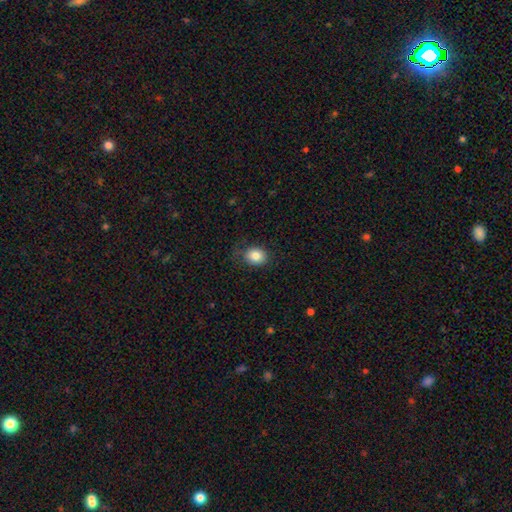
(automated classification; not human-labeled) smooth 84%, star or artifact 10%, featured or disk 7%. Down the decision tree: how rounded — round (62%); merging — none (75%).